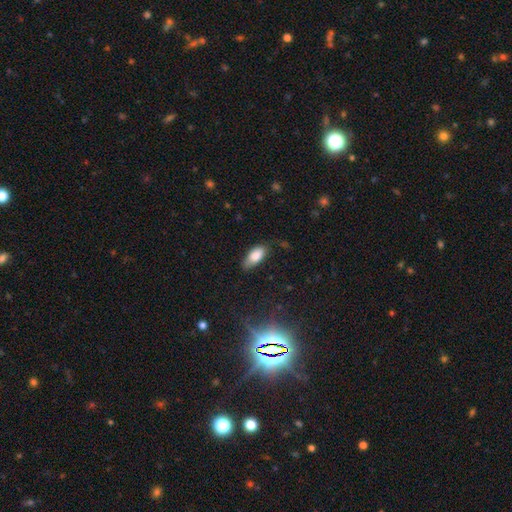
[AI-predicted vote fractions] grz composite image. It shows a smooth galaxy with no disk features (84%) that is in between round and cigar-shaped (87%). Merging: none (69%).